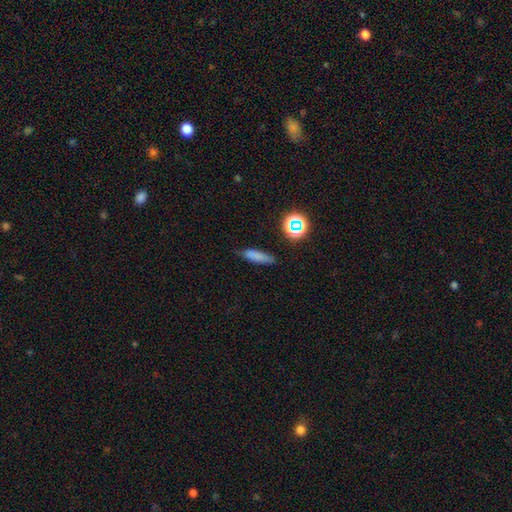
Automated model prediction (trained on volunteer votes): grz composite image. It shows a smooth galaxy with no disk features (76%) that is cigar-shaped (65%). Merging: none (75%).